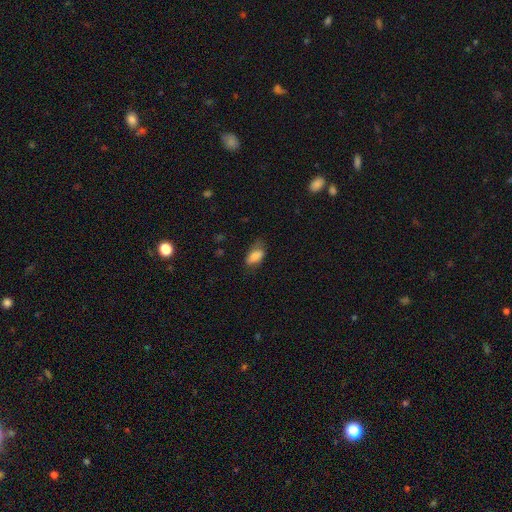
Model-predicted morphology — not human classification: A smooth galaxy with no disk features (81%) that is in between round and cigar-shaped (90%). Merging: none (56%).